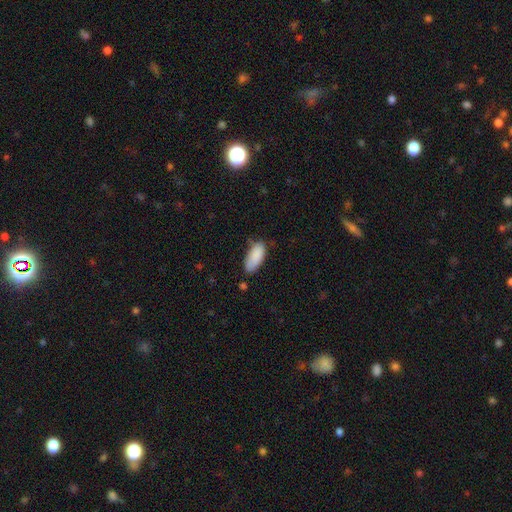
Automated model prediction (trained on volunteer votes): Morphology: type=smooth (88%); roundness=in between (87%); merging=none (68%).